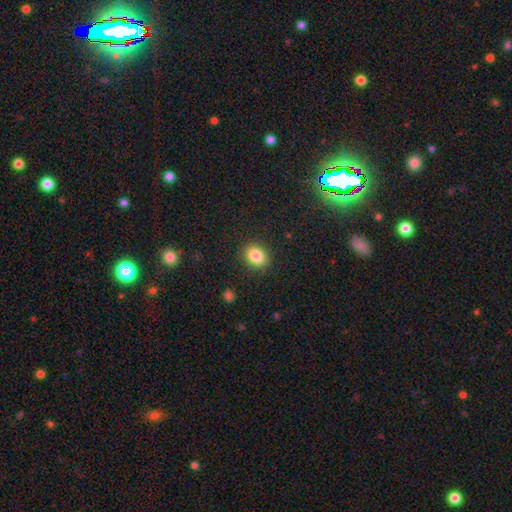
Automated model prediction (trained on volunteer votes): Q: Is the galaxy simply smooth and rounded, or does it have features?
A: smooth — 85%.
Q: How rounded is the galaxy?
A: in between — 58%.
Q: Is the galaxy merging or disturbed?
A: none — 87%.